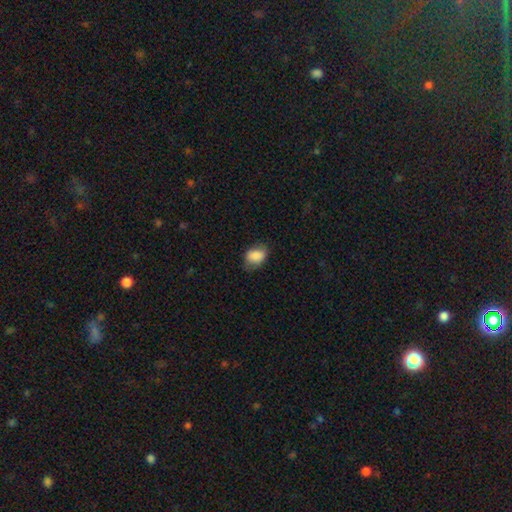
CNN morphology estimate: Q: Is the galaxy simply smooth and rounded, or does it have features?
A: smooth — 84%.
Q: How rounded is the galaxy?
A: in between — 76%.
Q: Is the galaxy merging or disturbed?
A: none — 64%.